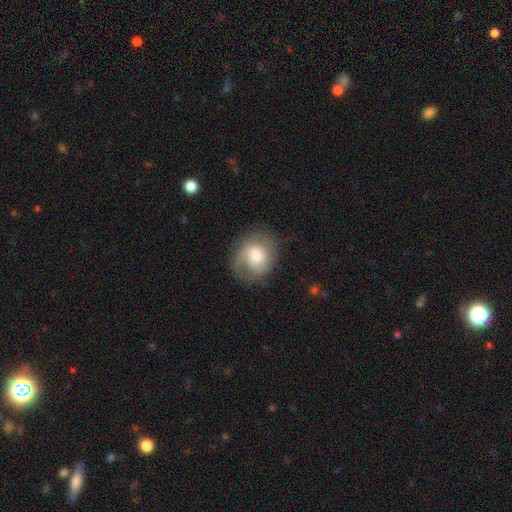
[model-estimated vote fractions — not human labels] Smooth or featured: smooth — 52% (featured or disk — 40%)
How rounded: round — 65% (in between — 34%)
Merging: none — 64% (minor disturbance — 21%)